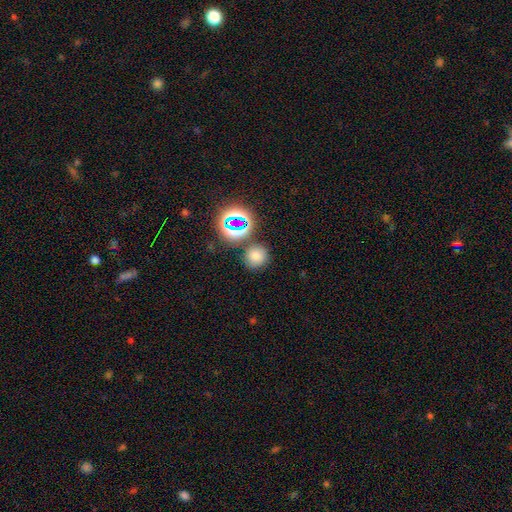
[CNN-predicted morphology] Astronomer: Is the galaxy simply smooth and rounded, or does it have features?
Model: smooth — 71%.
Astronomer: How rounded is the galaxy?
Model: round — 85%.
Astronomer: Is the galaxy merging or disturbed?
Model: none — 77%.